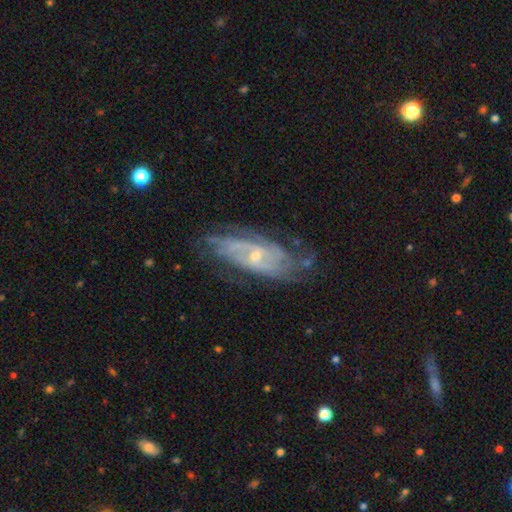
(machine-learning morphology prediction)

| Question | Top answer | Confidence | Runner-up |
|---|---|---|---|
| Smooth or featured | featured or disk | 83% | smooth (10%) |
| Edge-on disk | no | 90% | yes (10%) |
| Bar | no | 59% | weak (33%) |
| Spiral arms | yes | 91% | no (9%) |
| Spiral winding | tight | 53% | medium (35%) |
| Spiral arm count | can't tell | 41% | 2 (26%) |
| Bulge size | small | 69% | moderate (28%) |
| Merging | none | 66% | minor disturbance (22%) |